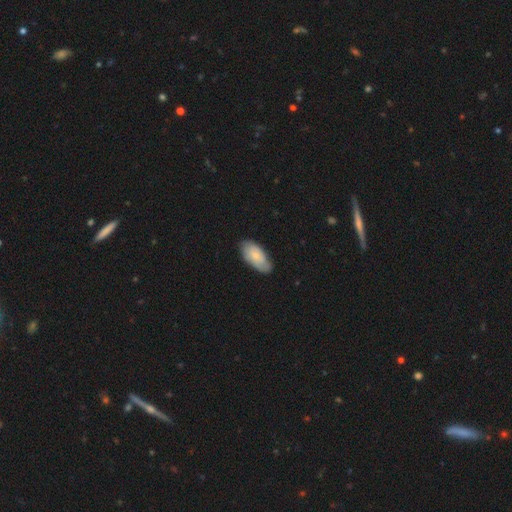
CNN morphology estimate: smooth-or-featured: smooth: 68% | featured or disk: 27% | star or artifact: 6%
  how-rounded: in between: 93% | cigar-shaped: 5% | round: 2%
  merging: none: 76% | minor disturbance: 20% | major disturbance: 3% | merger: 1%